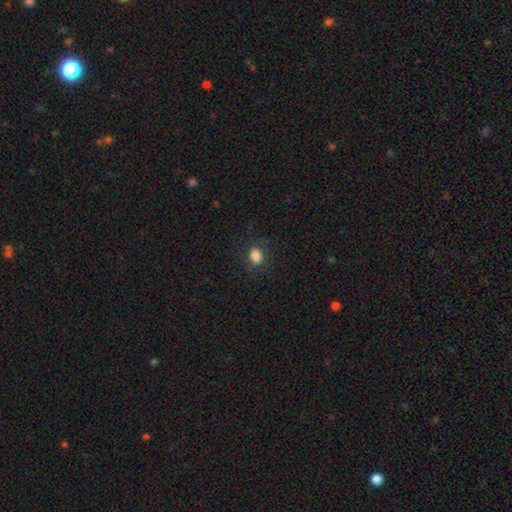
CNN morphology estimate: Smooth or featured?
  - smooth: 82% *
  - star or artifact: 11%
  - featured or disk: 7%
How rounded?
  - in between: 64% *
  - round: 35%
  - cigar-shaped: 1%
Merging?
  - none: 80% *
  - minor disturbance: 13%
  - major disturbance: 6%
  - merger: 1%